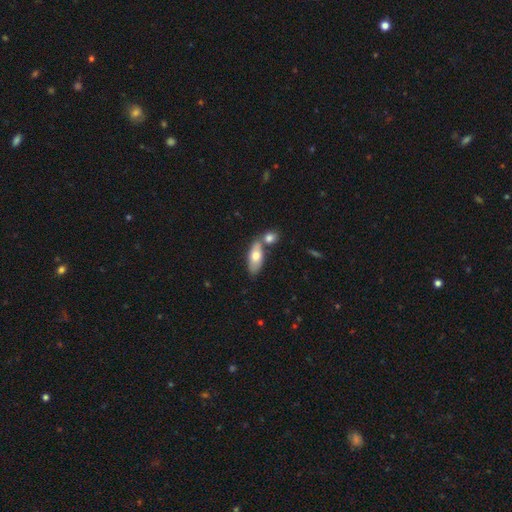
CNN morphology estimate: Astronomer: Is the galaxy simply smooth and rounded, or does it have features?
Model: smooth — 71%.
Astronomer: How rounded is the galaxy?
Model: in between — 81%.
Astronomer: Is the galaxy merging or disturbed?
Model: none — 48% (runner-up: merger, 37%).